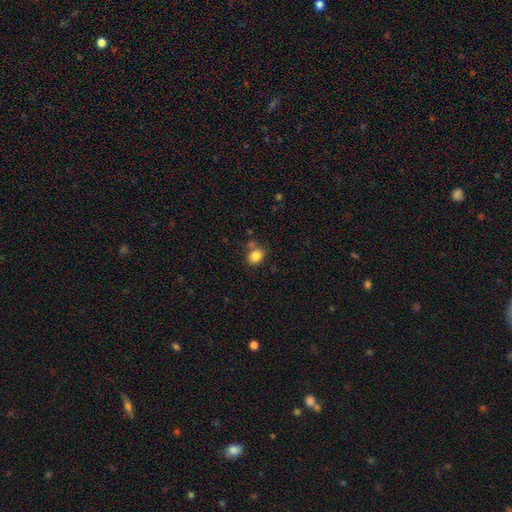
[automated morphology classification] Overall: smooth (84%). How rounded: round (61%; in between 38%). Merging: none (67%).